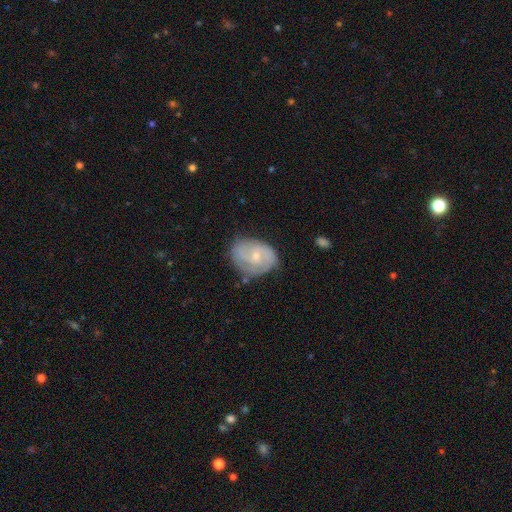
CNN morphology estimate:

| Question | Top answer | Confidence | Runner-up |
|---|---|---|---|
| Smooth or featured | featured or disk | 64% | smooth (30%) |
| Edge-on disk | no | 97% | yes (3%) |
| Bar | no | 66% | weak (29%) |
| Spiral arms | yes | 83% | no (17%) |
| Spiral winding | tight | 49% | medium (37%) |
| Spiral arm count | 2 | 44% | can't tell (33%) |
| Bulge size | small | 68% | moderate (28%) |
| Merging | none | 62% | minor disturbance (28%) |